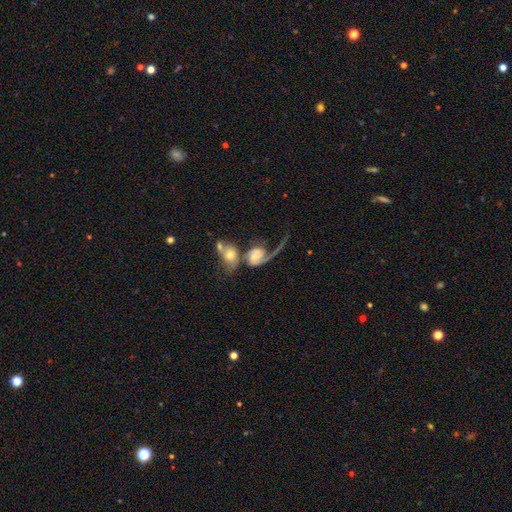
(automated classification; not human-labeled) This is likely a featured or disk galaxy (64%). It is clearly not viewed edge-on (95%). Bar: likely no (68%). Spiral arm pattern: clearly yes (82%). Spiral arm count: likely 1 (69%). Spiral winding: likely loose (64%). Central bulge: marginally moderate (36%). Merging: possibly merger (52%).